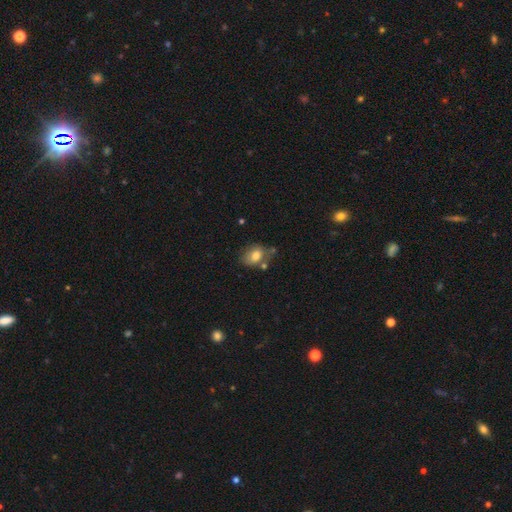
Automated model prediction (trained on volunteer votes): Smooth or featured? smooth (76%)
How rounded? in between (76%)
Merging? none (54%)